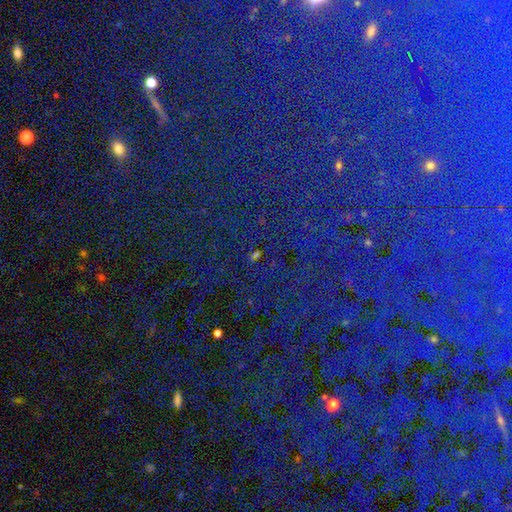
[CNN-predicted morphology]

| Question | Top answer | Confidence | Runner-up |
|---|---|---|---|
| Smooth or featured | star or artifact | 77% | smooth (14%) |